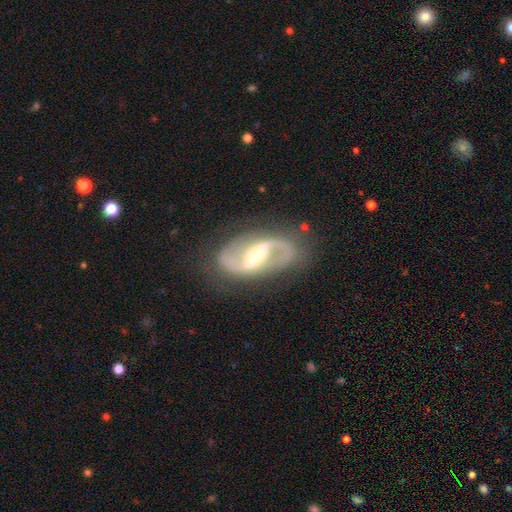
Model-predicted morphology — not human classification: Smooth or featured? featured or disk (89%)
Edge-on disk? no (96%)
Bar? strong (57%)
Spiral arms? yes (95%)
Spiral winding? medium (49%)
Spiral arm count? 2 (92%)
Bulge size? moderate (48%)
Merging? none (79%)